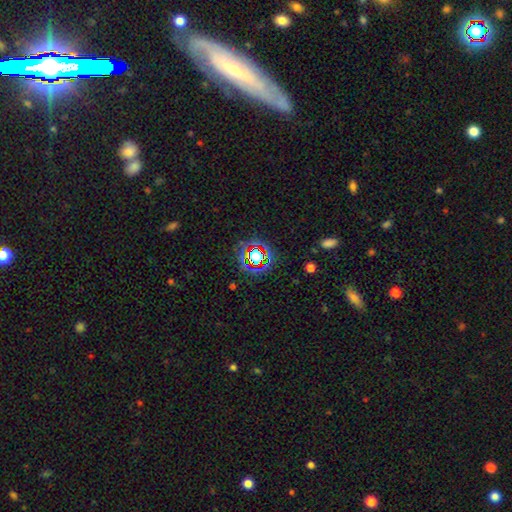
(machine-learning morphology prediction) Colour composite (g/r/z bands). It shows a star or artifact, not a galaxy (66%).